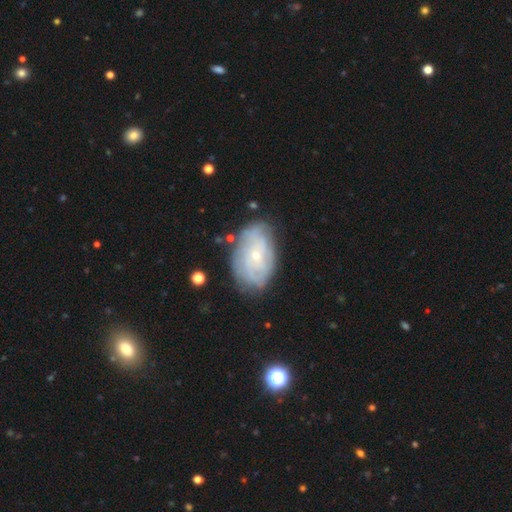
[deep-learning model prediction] Smooth or featured: featured or disk — 67% (smooth — 26%)
Edge-on disk: no — 95% (yes — 5%)
Bar: no — 79% (weak — 18%)
Spiral arms: yes — 73% (no — 27%)
Bulge size: small — 75% (moderate — 22%)
Merging: none — 72% (minor disturbance — 20%)